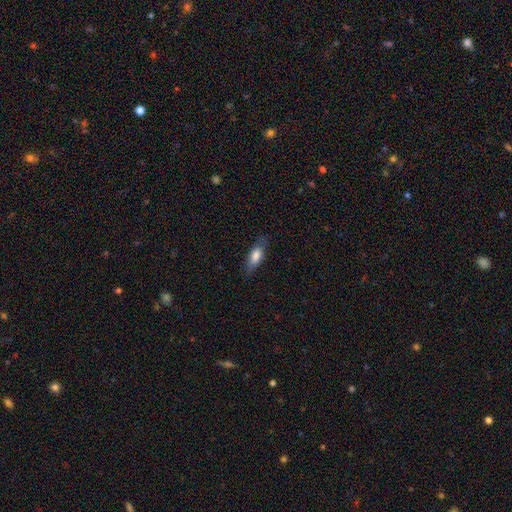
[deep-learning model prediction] A smooth galaxy with no disk features (76%) that is in between round and cigar-shaped (72%).

Vote fractions:
- Smooth or featured? smooth: 76% / featured or disk: 17% / star or artifact: 7%
- How rounded? in between: 72% / cigar-shaped: 25% / round: 3%
- Merging? none: 77% / minor disturbance: 17% / major disturbance: 5% / merger: 1%